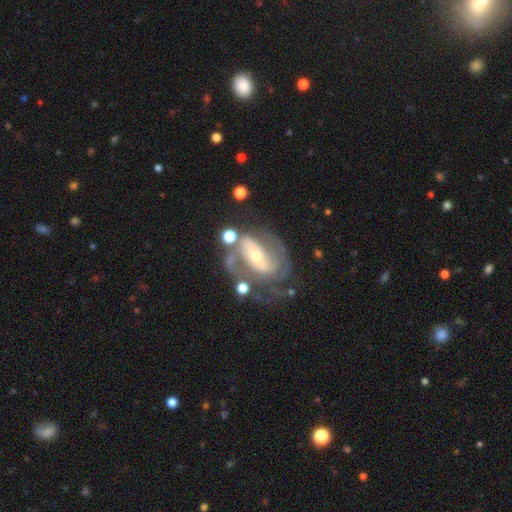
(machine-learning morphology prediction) This is clearly a featured or disk galaxy (81%). It is clearly not viewed edge-on (95%). Bar: marginally strong (37%). Spiral arm pattern: clearly yes (81%). Spiral arm count: likely 2 (65%). Spiral winding: marginally medium (42%). Central bulge: possibly small (53%). Merging: possibly none (48%).